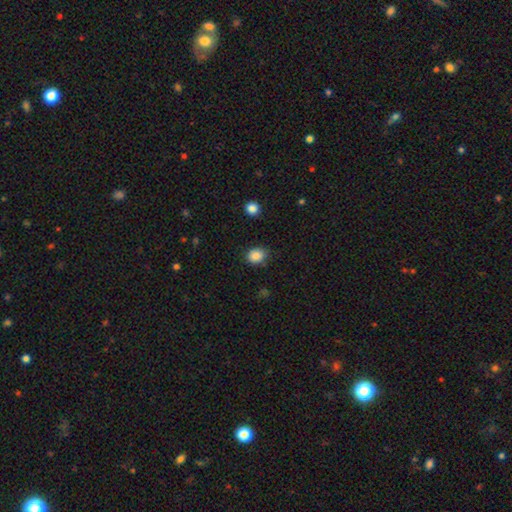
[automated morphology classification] Smooth or featured: smooth — 86% (star or artifact — 10%)
How rounded: round — 57% (in between — 43%)
Merging: none — 78% (minor disturbance — 17%)